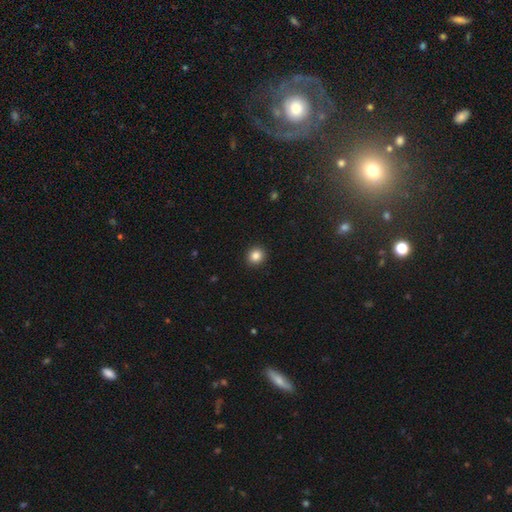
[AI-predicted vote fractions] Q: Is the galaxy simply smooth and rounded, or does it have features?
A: smooth — 85%.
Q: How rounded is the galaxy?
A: round — 87%.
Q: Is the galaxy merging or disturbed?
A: none — 92%.